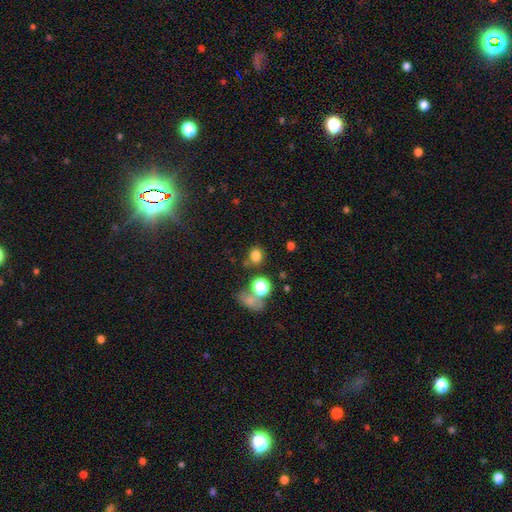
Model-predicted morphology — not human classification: Smooth or featured? smooth (78%)
How rounded? round (69%)
Merging? none (74%)